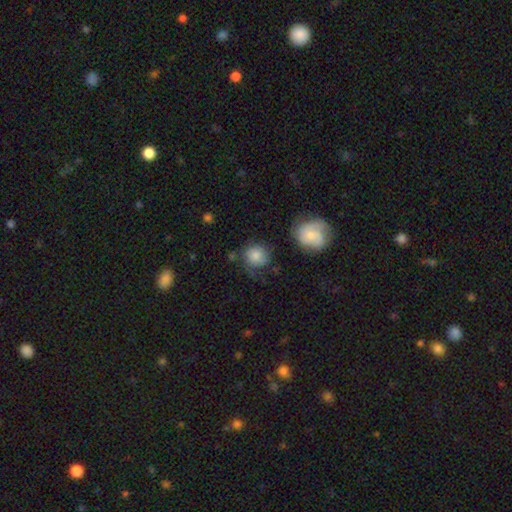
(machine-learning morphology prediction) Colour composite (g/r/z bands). It shows a smooth galaxy with no disk features (77%) that is round (85%). Merging: none (62%).